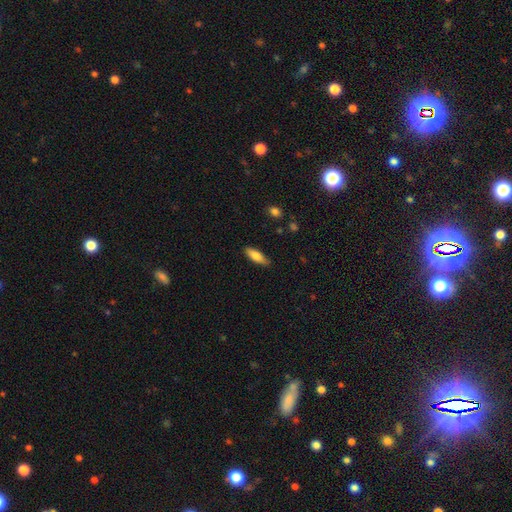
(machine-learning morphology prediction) Q: Smooth or featured?
A: smooth (77%); runner-up: featured or disk (17%)
Q: How rounded?
A: in between (57%); runner-up: cigar-shaped (41%)
Q: Merging?
A: none (83%); runner-up: minor disturbance (13%)